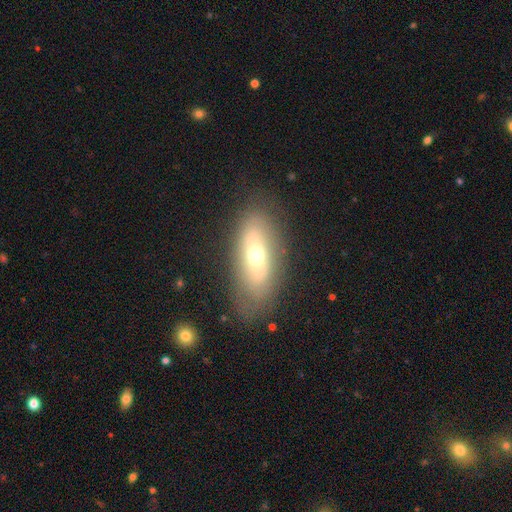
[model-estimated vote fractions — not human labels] A smooth galaxy with no disk features (47%). Merging: none (78%).